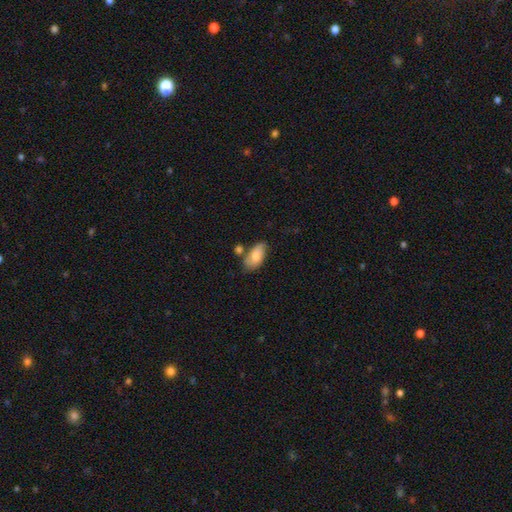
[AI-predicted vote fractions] Overall: smooth (75%). How rounded: in between (93%). Merging: none (55%; minor disturbance 23%).